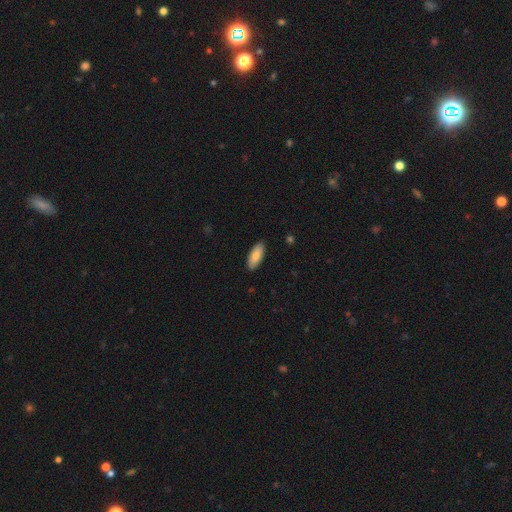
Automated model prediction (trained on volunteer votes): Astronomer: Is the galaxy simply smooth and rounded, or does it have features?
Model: smooth — 83%.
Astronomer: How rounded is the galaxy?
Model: in between — 83%.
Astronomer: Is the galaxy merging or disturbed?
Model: none — 89%.